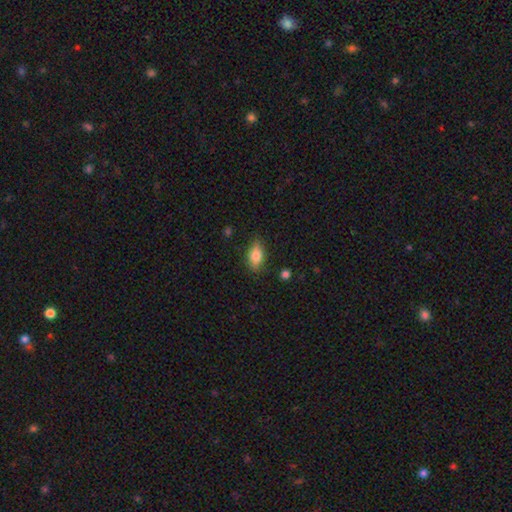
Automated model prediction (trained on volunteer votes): A smooth galaxy with no disk features (75%) that is in between round and cigar-shaped (83%).

Vote fractions:
- Smooth or featured? smooth: 75% / featured or disk: 18% / star or artifact: 8%
- How rounded? in between: 83% / cigar-shaped: 11% / round: 6%
- Merging? none: 81% / minor disturbance: 14% / major disturbance: 3% / merger: 2%